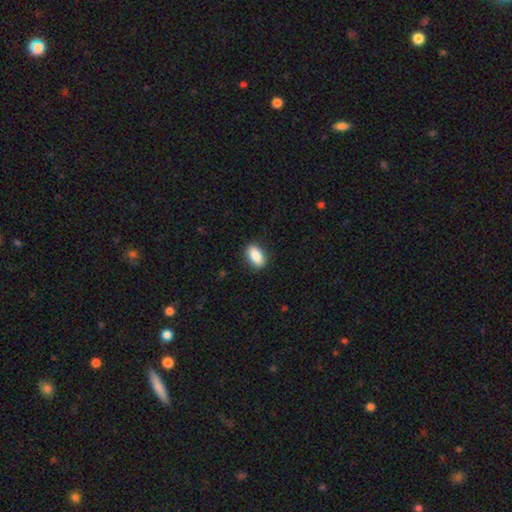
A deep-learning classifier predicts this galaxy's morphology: type=smooth (87%); roundness=in between (90%); merging=none (88%).